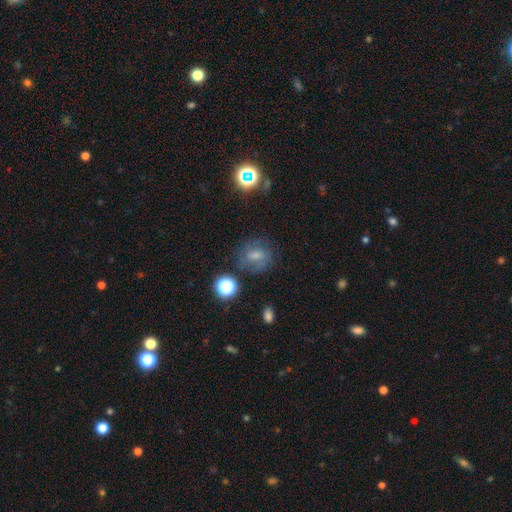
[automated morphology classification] This is possibly a smooth galaxy (53%). How rounded: likely round (62%). Merging: likely none (66%).